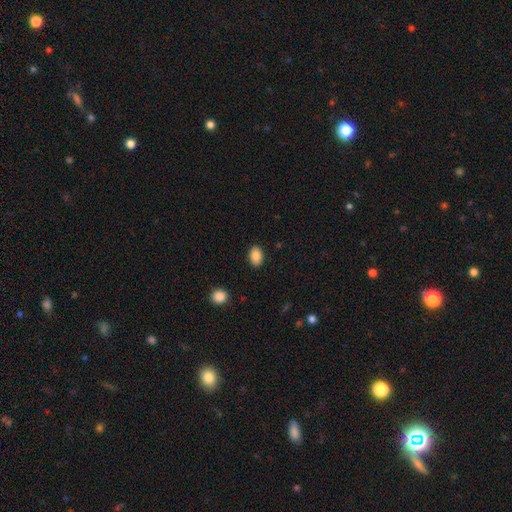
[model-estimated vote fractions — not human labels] smooth-or-featured: smooth: 87% | star or artifact: 8% | featured or disk: 5%
  how-rounded: in between: 84% | round: 15% | cigar-shaped: 1%
  merging: none: 89% | minor disturbance: 8% | major disturbance: 2% | merger: 1%